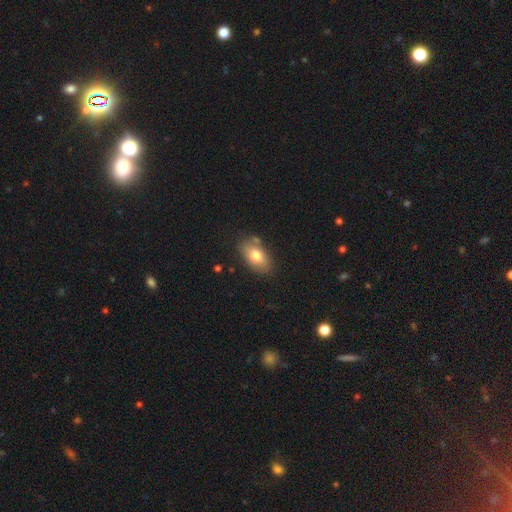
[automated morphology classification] type=smooth (76%); roundness=in between (91%); merging=none (74%).